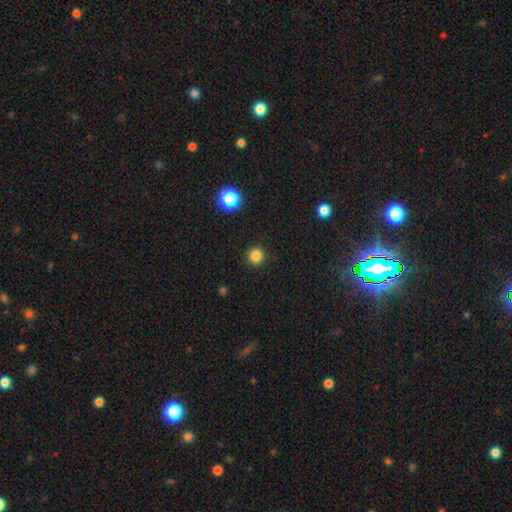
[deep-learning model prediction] A smooth galaxy with no disk features (84%) that is round (95%). Merging: none (92%).